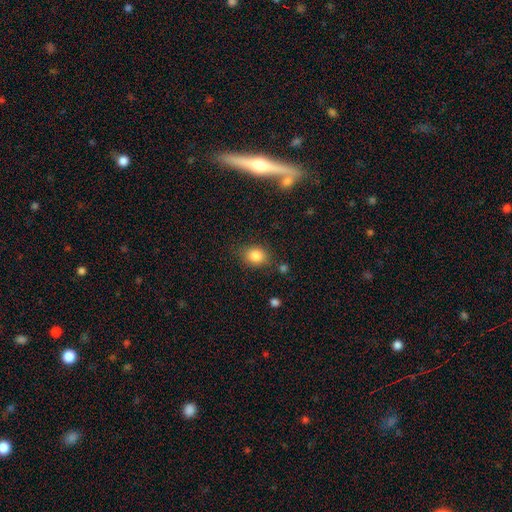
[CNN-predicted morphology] Smooth or featured?
  - smooth: 84% *
  - star or artifact: 10%
  - featured or disk: 6%
How rounded?
  - in between: 54% *
  - round: 45%
  - cigar-shaped: 1%
Merging?
  - none: 79% *
  - minor disturbance: 14%
  - major disturbance: 4%
  - merger: 3%